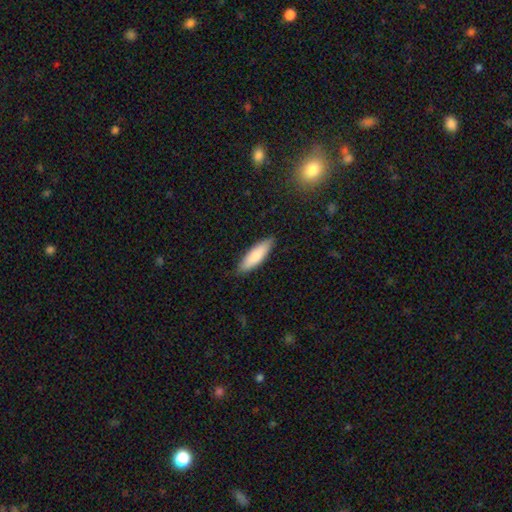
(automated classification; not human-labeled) A smooth galaxy with no disk features (79%) that is cigar-shaped (50%). Merging: none (86%).